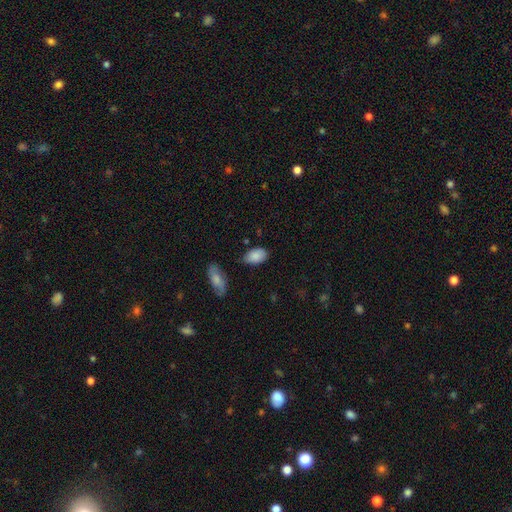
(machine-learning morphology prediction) Smooth or featured? smooth (86%)
How rounded? in between (93%)
Merging? none (73%)